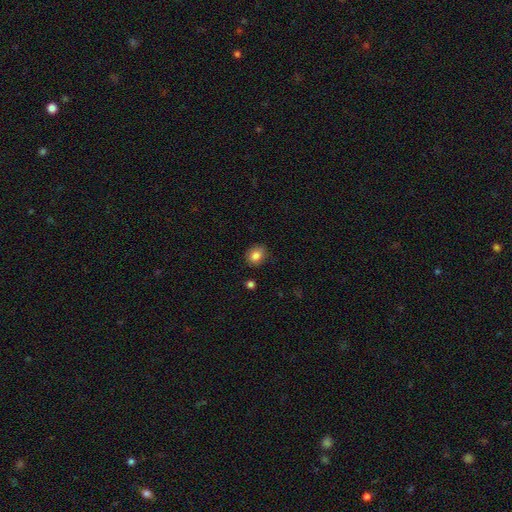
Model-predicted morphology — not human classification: Smooth or featured? Predicted: smooth (p=0.84). How rounded? Predicted: round (p=0.57). Merging? Predicted: none (p=0.84).